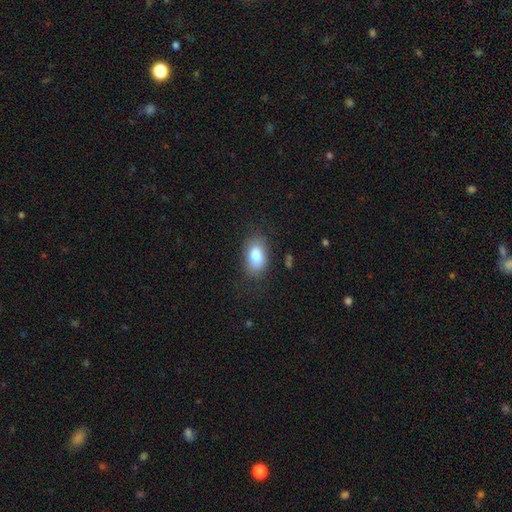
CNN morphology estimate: A smooth galaxy with no disk features (85%) that is in between round and cigar-shaped (90%).

Vote fractions:
- Smooth or featured? smooth: 85% / featured or disk: 8% / star or artifact: 7%
- How rounded? in between: 90% / round: 8% / cigar-shaped: 2%
- Merging? none: 77% / minor disturbance: 16% / major disturbance: 6% / merger: 2%